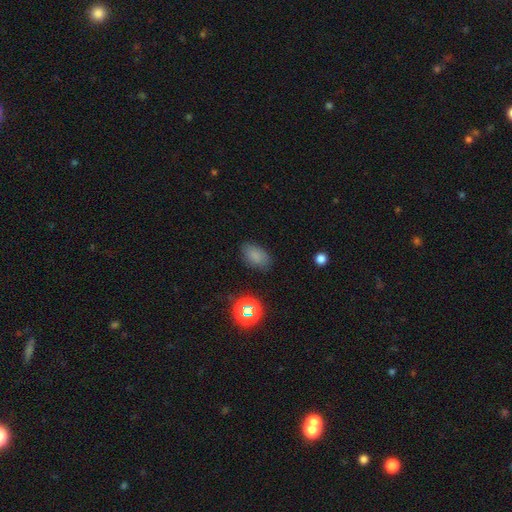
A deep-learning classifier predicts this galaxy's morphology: type=smooth (80%); roundness=in between (89%); merging=none (80%).